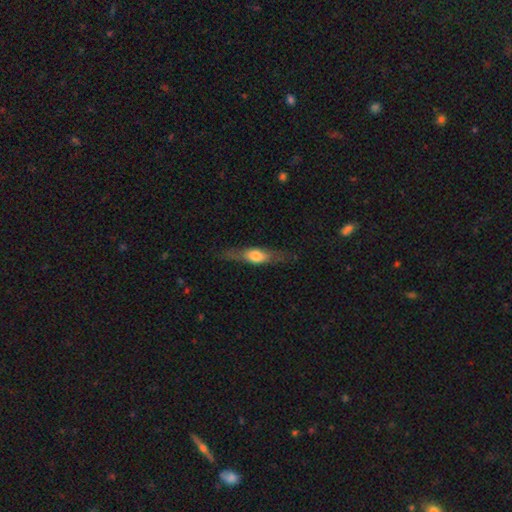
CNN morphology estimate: The model was most divided on "smooth or featured": smooth: 47%, featured or disk: 46%, star or artifact: 6%. More confident: merging — none (77%).